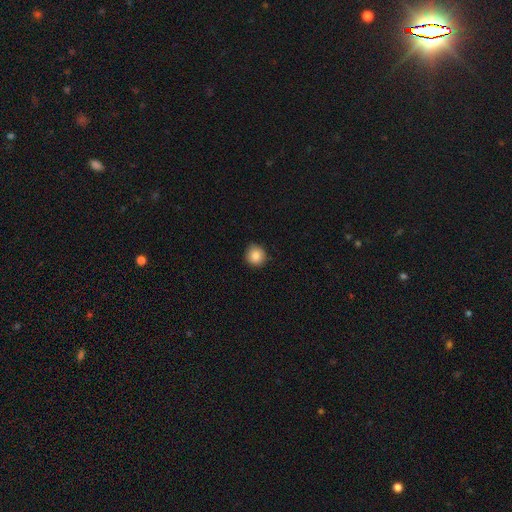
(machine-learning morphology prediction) Smooth or featured?
  - smooth: 86% *
  - star or artifact: 9%
  - featured or disk: 5%
How rounded?
  - round: 92% *
  - in between: 7%
  - cigar-shaped: 1%
Merging?
  - none: 88% *
  - minor disturbance: 9%
  - major disturbance: 2%
  - merger: 1%